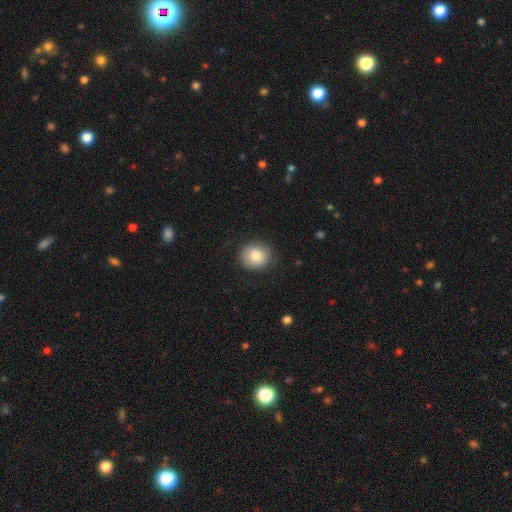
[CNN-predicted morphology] smooth 84%, featured or disk 8%, star or artifact 8%. Down the decision tree: how rounded — round (78%); merging — none (83%).